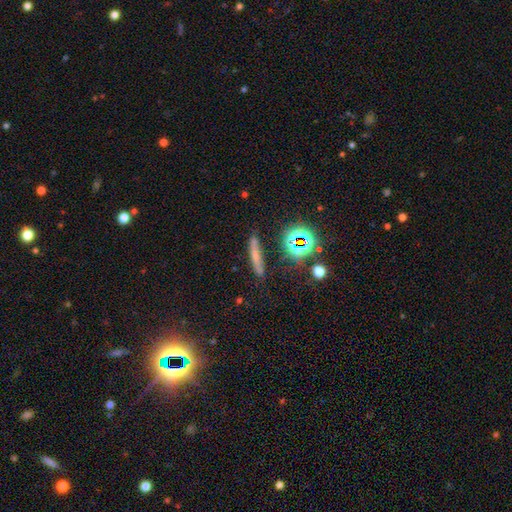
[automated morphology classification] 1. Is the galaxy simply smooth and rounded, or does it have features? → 55% smooth, 23% featured or disk, 22% star or artifact.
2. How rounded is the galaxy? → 86% cigar-shaped, 8% in between, 6% round.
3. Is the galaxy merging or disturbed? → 80% none, 13% minor disturbance, 4% major disturbance, 3% merger.